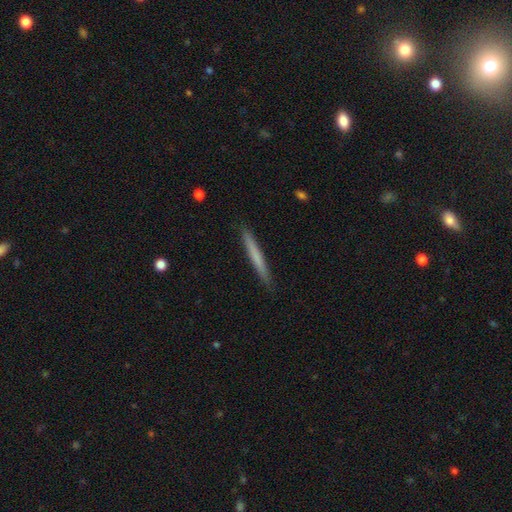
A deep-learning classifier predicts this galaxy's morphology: Q: Smooth or featured?
A: smooth (66%); runner-up: featured or disk (29%)
Q: How rounded?
A: cigar-shaped (97%); runner-up: in between (2%)
Q: Merging?
A: none (91%); runner-up: minor disturbance (7%)